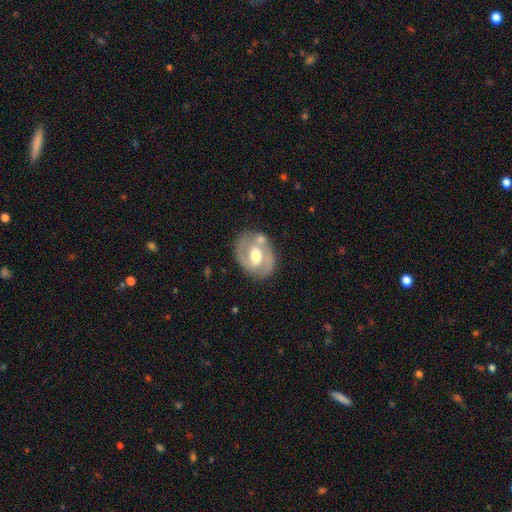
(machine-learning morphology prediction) The model was most divided on "bar": weak: 42%, no: 38%, strong: 20%. More confident: edge-on disk — no (95%); bulge size — moderate (68%); merging — none (68%); smooth or featured — featured or disk (67%); spiral arms — yes (57%).